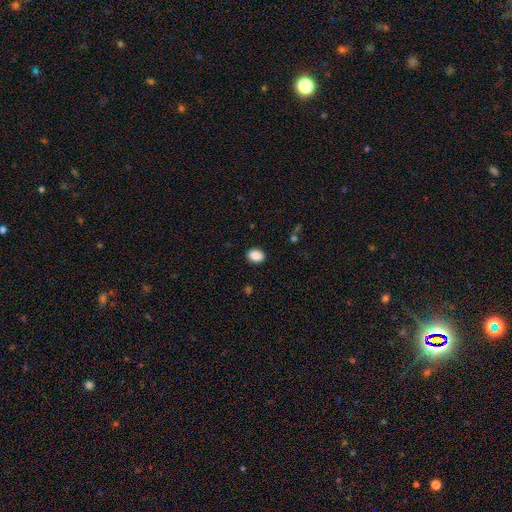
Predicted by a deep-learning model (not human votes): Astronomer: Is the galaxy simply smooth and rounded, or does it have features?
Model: smooth — 89%.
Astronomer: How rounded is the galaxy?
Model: in between — 68%.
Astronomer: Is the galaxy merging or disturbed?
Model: none — 89%.